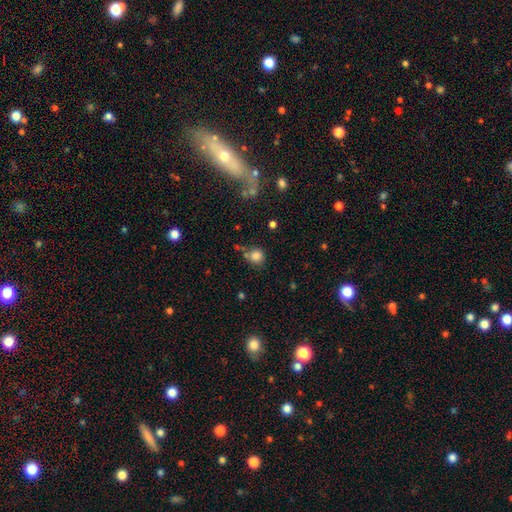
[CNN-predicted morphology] smooth 82%, star or artifact 12%, featured or disk 6%. Down the decision tree: how rounded — round (87%); merging — none (65%).